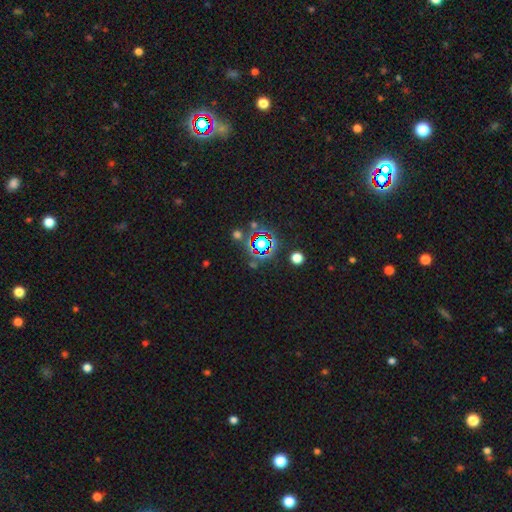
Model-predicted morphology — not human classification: smooth_or_featured: star or artifact (p=0.78) [alt: smooth p=0.13]